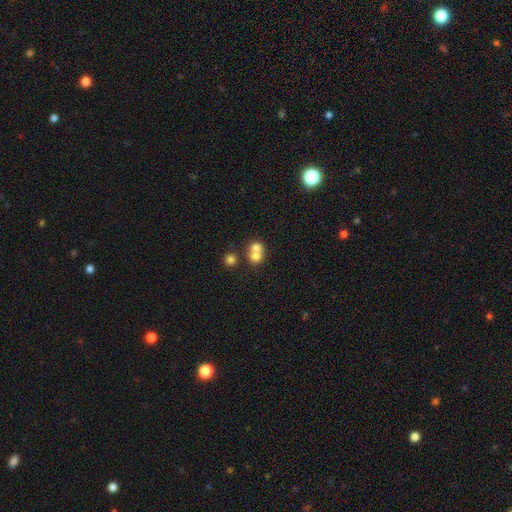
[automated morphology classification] Smooth or featured? Predicted: smooth (p=0.71). How rounded? Predicted: round (p=0.77). Merging? Predicted: merger (p=0.64).